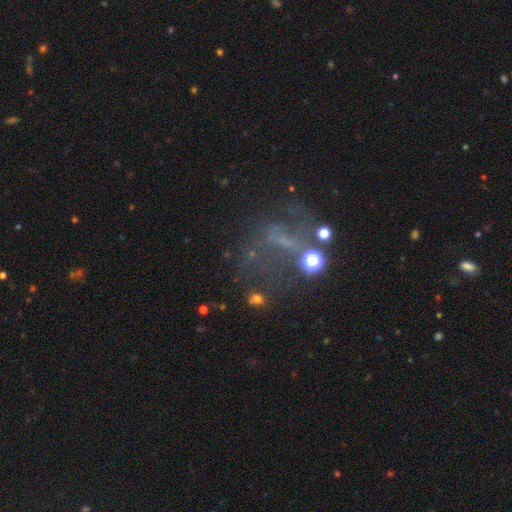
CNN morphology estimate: Smooth or featured: star or artifact — 40% (tied with featured or disk — 40%)